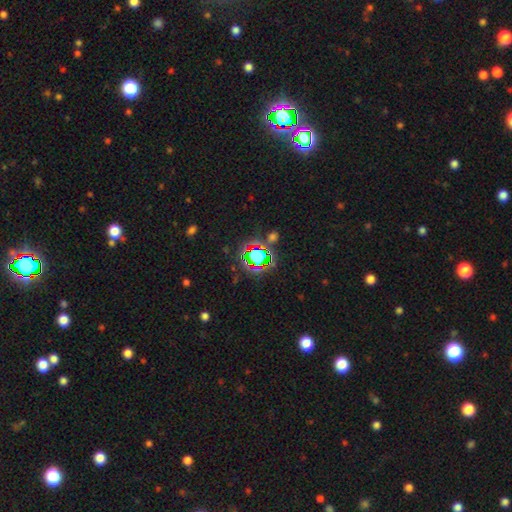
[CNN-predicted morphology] This appears to be a star or artifact, not a galaxy (68%).